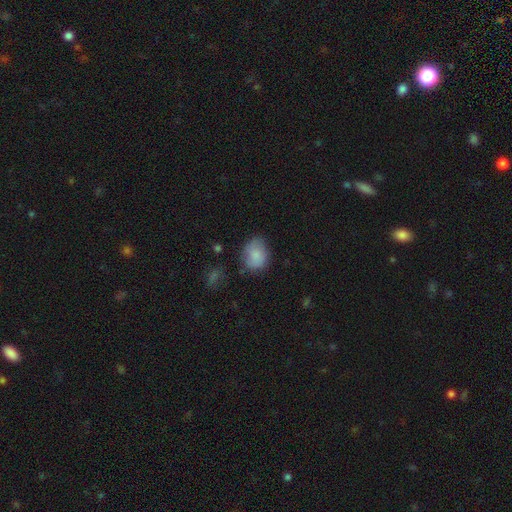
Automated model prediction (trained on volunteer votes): Morphology: type=smooth (83%); roundness=round (50%); merging=none (64%).